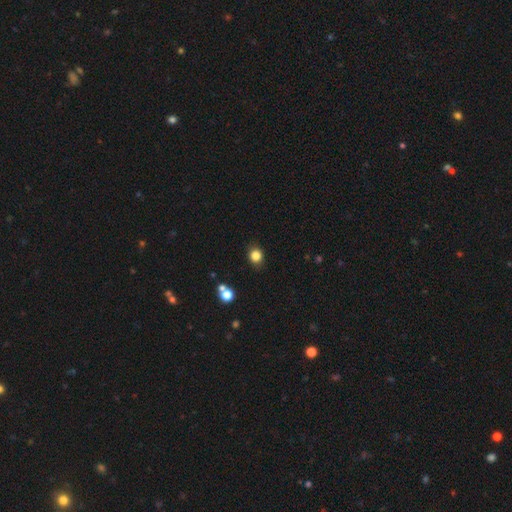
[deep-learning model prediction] This appears to be a smooth galaxy with no disk features (83%) that is round (74%). Merging: none (86%).